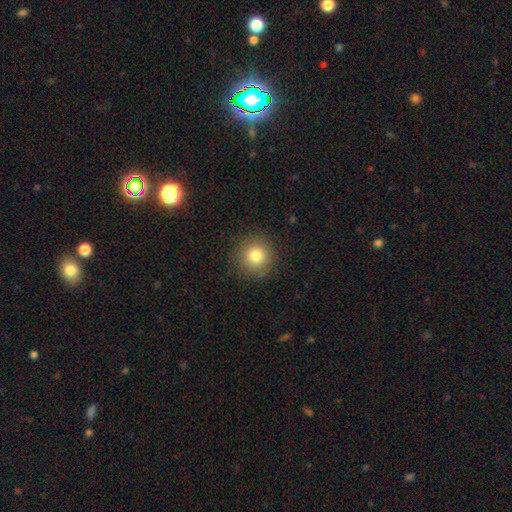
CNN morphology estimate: This is clearly a smooth galaxy (80%). How rounded: clearly round (94%). Merging: clearly none (89%).